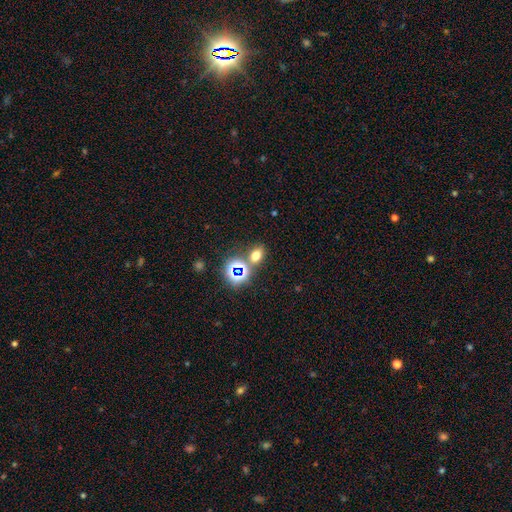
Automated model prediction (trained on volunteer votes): smooth-or-featured: smooth: 61% | star or artifact: 29% | featured or disk: 10%
  how-rounded: in between: 66% | round: 31% | cigar-shaped: 2%
  merging: none: 72% | merger: 15% | minor disturbance: 10% | major disturbance: 4%